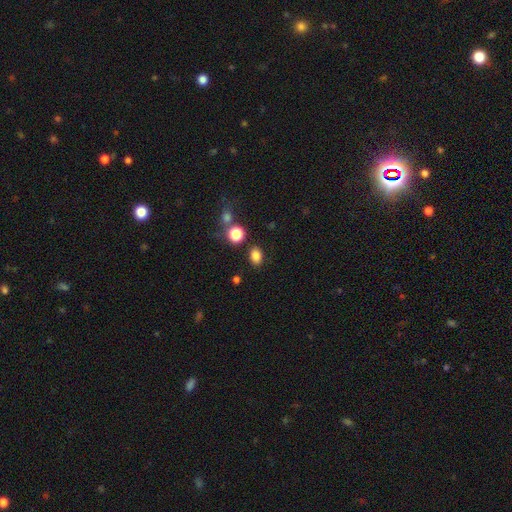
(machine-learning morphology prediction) Overall: smooth (82%). How rounded: in between (67%; round 32%). Merging: none (81%).